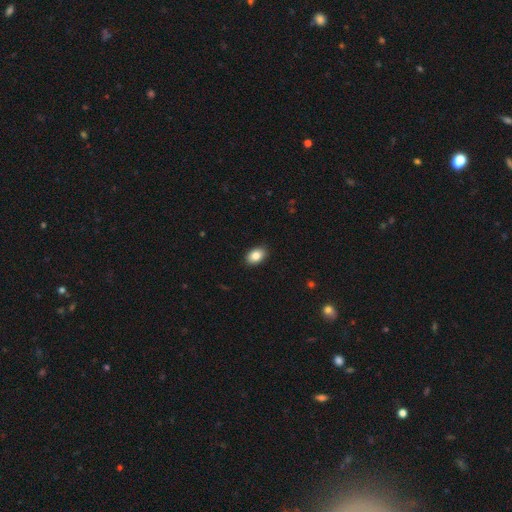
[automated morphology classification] This is clearly a smooth galaxy (86%). How rounded: clearly in between (84%). Merging: clearly none (90%).